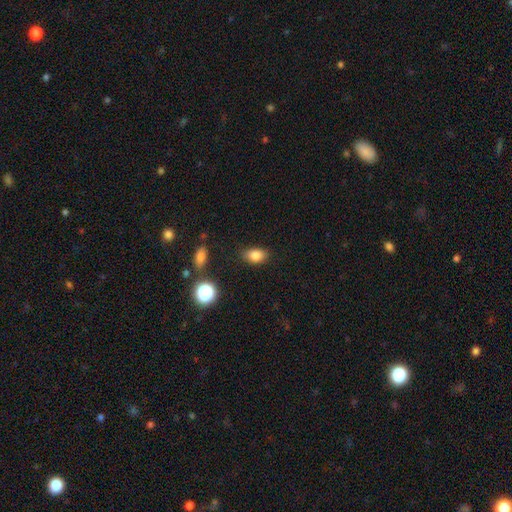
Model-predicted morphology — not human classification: Q: Smooth or featured?
A: smooth (81%); runner-up: star or artifact (11%)
Q: How rounded?
A: in between (84%); runner-up: round (14%)
Q: Merging?
A: none (83%); runner-up: minor disturbance (12%)